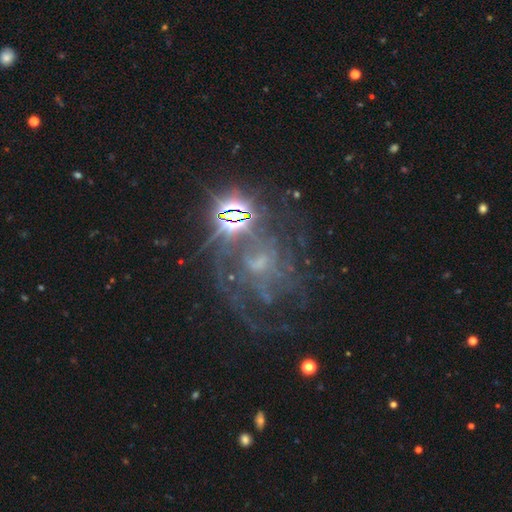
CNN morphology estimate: smooth_or_featured: featured or disk (p=0.69) [alt: star or artifact p=0.21]
disk_edge_on: no (p=0.97) [alt: yes p=0.03]
bar: no (p=0.63) [alt: weak p=0.28]
has_spiral_arms: yes (p=0.86) [alt: no p=0.14]
spiral_winding: tight (p=0.54) [alt: medium p=0.33]
spiral_arm_count: can't tell (p=0.37) [alt: 2 p=0.21]
bulge_size: small (p=0.72) [alt: moderate p=0.16]
merging: none (p=0.50) [alt: merger p=0.21]